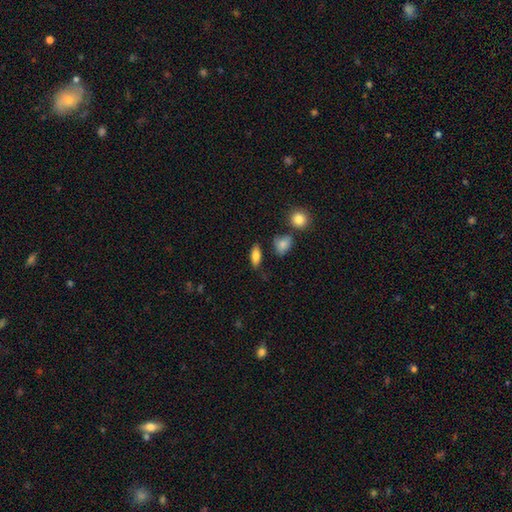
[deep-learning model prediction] A smooth galaxy with no disk features (80%) that is in between round and cigar-shaped (83%).

Vote fractions:
- Smooth or featured? smooth: 80% / featured or disk: 12% / star or artifact: 8%
- How rounded? in between: 83% / cigar-shaped: 13% / round: 4%
- Merging? none: 79% / minor disturbance: 14% / merger: 4% / major disturbance: 4%